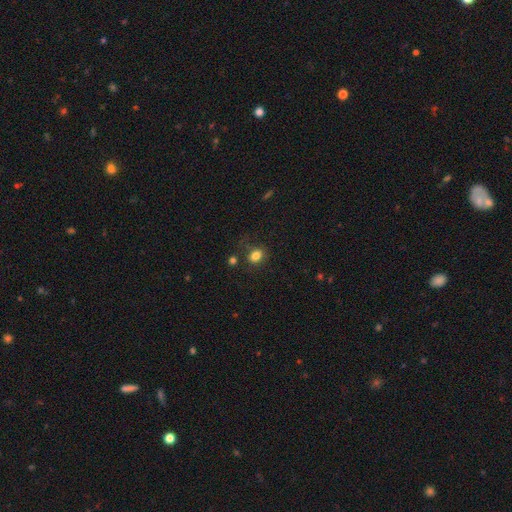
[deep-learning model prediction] A smooth galaxy with no disk features (81%) that is in between round and cigar-shaped (53%).

Vote fractions:
- Smooth or featured? smooth: 81% / star or artifact: 12% / featured or disk: 7%
- How rounded? in between: 53% / round: 46% / cigar-shaped: 1%
- Merging? none: 74% / minor disturbance: 15% / major disturbance: 6% / merger: 5%